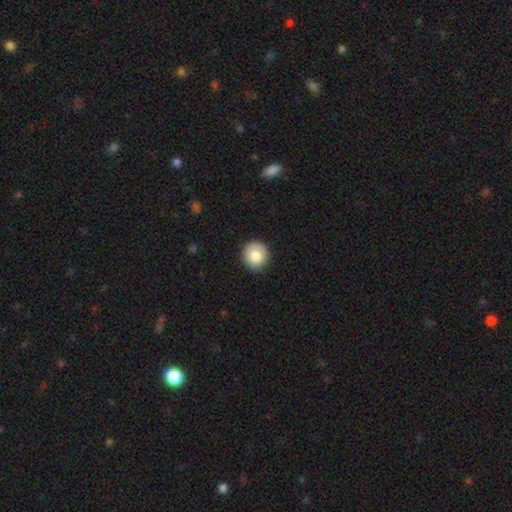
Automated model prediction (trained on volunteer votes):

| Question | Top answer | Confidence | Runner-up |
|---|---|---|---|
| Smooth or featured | smooth | 82% | featured or disk (10%) |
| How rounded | round | 94% | in between (5%) |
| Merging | none | 90% | minor disturbance (8%) |